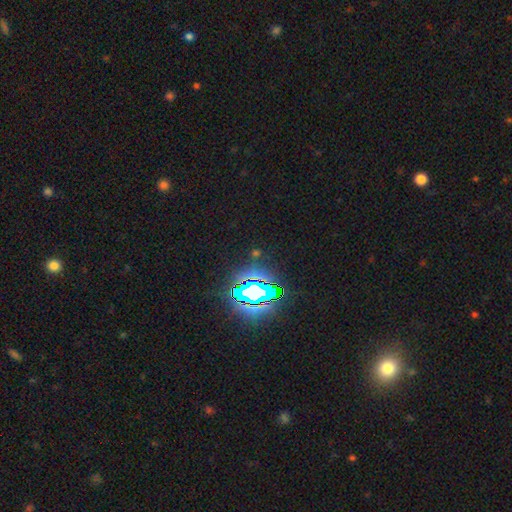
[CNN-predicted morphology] The model was most divided on "smooth or featured": star or artifact: 77%, smooth: 13%, featured or disk: 10%.